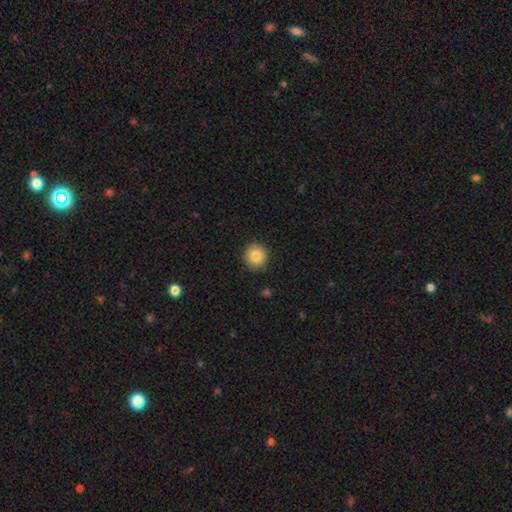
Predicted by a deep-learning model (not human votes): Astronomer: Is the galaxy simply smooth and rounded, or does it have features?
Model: smooth — 86%.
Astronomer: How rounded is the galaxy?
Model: round — 93%.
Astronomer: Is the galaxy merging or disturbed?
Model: none — 91%.